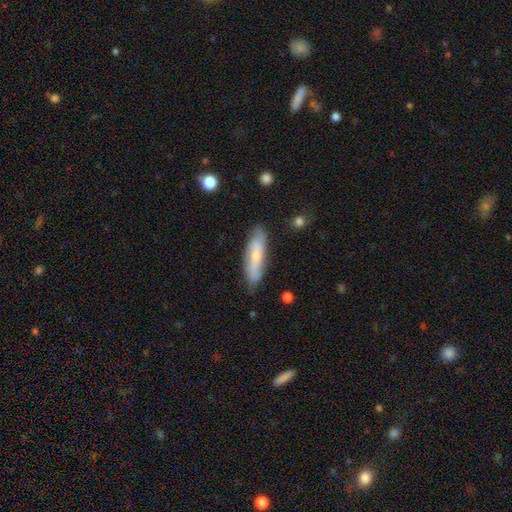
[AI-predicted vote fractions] Smooth or featured?
  - featured or disk: 48% *
  - smooth: 45%
  - star or artifact: 6%
Merging?
  - none: 79% *
  - minor disturbance: 16%
  - major disturbance: 3%
  - merger: 2%